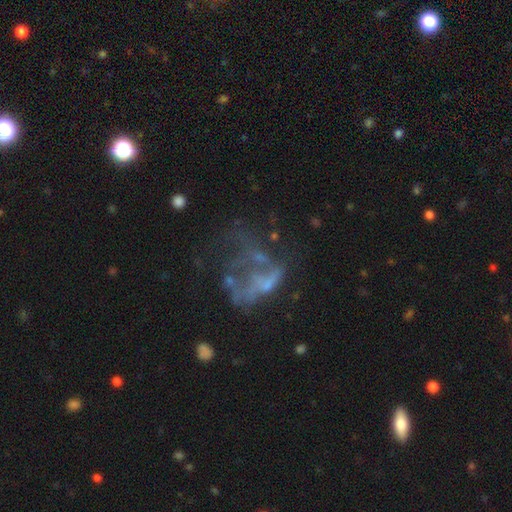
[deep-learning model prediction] Smooth or featured? featured or disk (58%)
Edge-on disk? no (97%)
Bar? no (88%)
Spiral arms? no (87%)
Bulge size? none (69%)
Merging? major disturbance (46%)